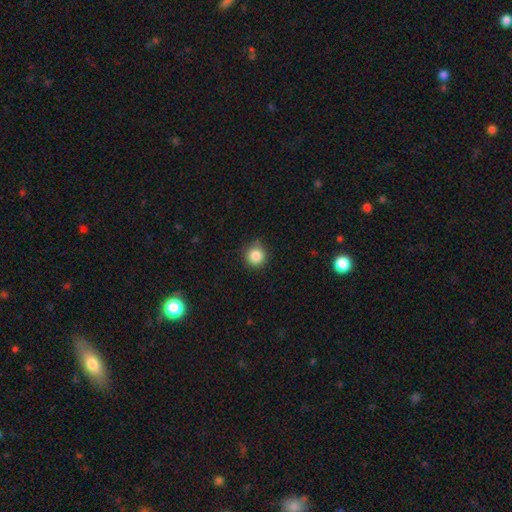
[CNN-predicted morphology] Smooth or featured? smooth (85%)
How rounded? round (94%)
Merging? none (83%)